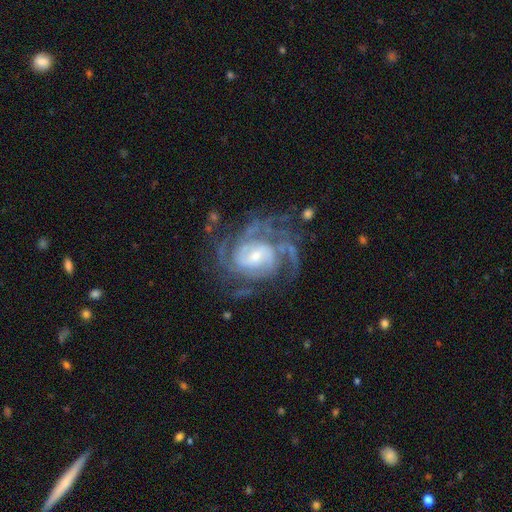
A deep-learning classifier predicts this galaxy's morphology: type=featured or disk (90%); edge-on=no (98%); bar=weak (45%); spiral arms=yes (97%); winding=tight (59%); arm count=3 (24%); bulge=small (55%); merging=none (67%).